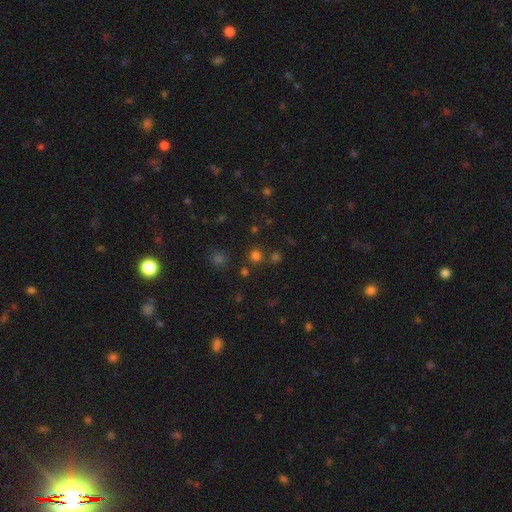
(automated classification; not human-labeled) This is likely a smooth galaxy (72%). How rounded: clearly round (93%). Merging: likely none (80%).